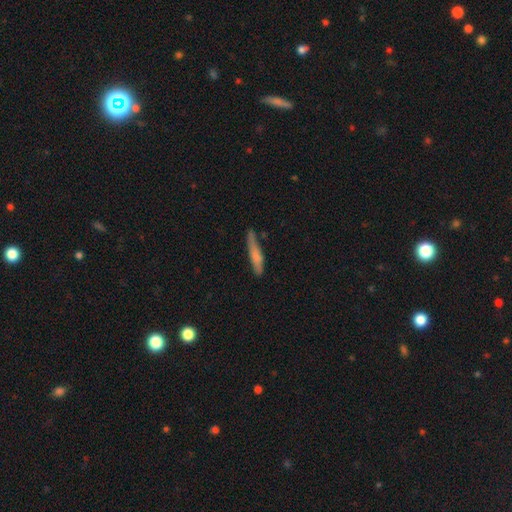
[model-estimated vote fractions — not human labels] The model was most divided on "merging": none: 66%, minor disturbance: 25%, major disturbance: 6%, merger: 3%. More confident: how rounded — cigar-shaped (90%); smooth or featured — smooth (68%).